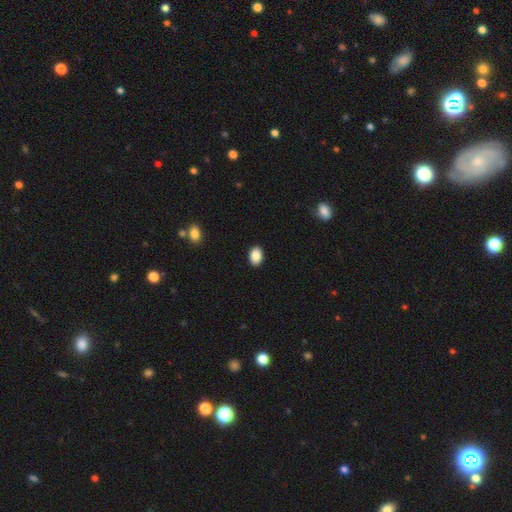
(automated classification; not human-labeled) Smooth or featured?
  - smooth: 89% *
  - star or artifact: 7%
  - featured or disk: 4%
How rounded?
  - in between: 84% *
  - round: 15%
  - cigar-shaped: 1%
Merging?
  - none: 90% *
  - minor disturbance: 7%
  - major disturbance: 2%
  - merger: 1%